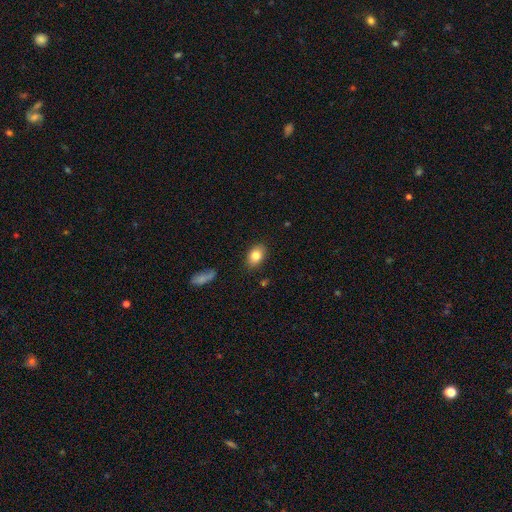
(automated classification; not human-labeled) Smooth or featured: smooth — 82% (featured or disk — 10%)
How rounded: in between — 82% (round — 16%)
Merging: none — 85% (minor disturbance — 11%)